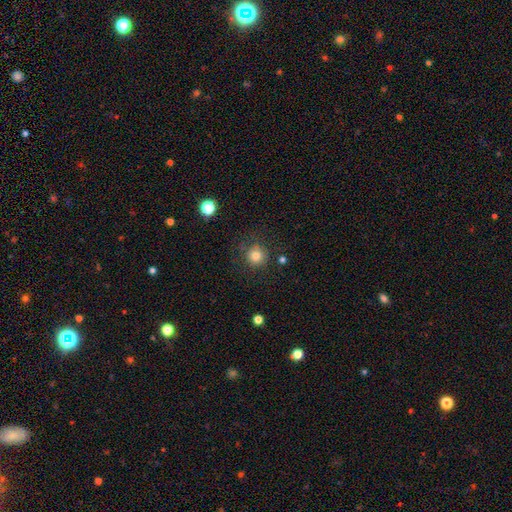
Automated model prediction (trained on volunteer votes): This appears to be a smooth galaxy with no disk features (81%) that is round (93%). Merging: none (80%).